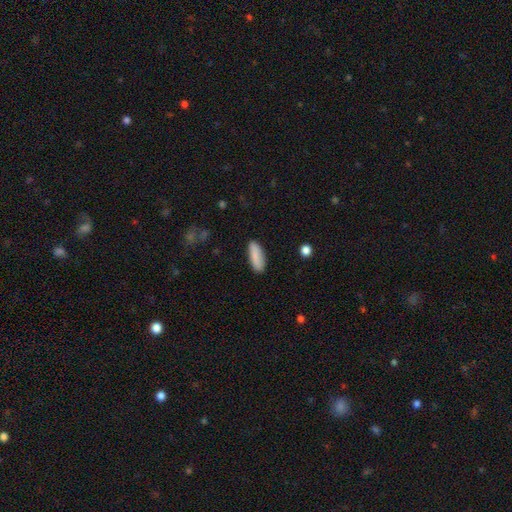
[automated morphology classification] Smooth or featured? smooth (87%)
How rounded? in between (60%)
Merging? none (86%)